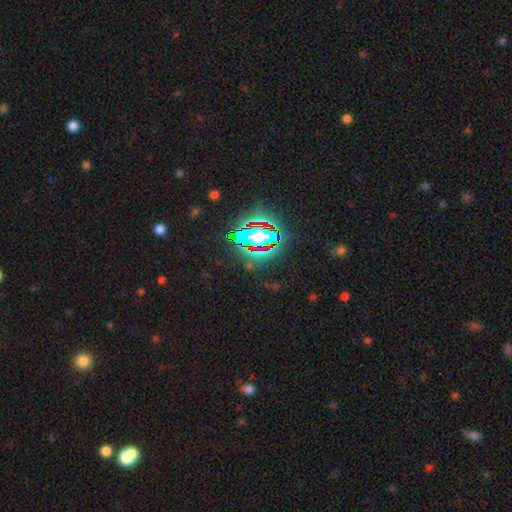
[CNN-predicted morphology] Smooth or featured?
  - star or artifact: 81% *
  - smooth: 11%
  - featured or disk: 8%